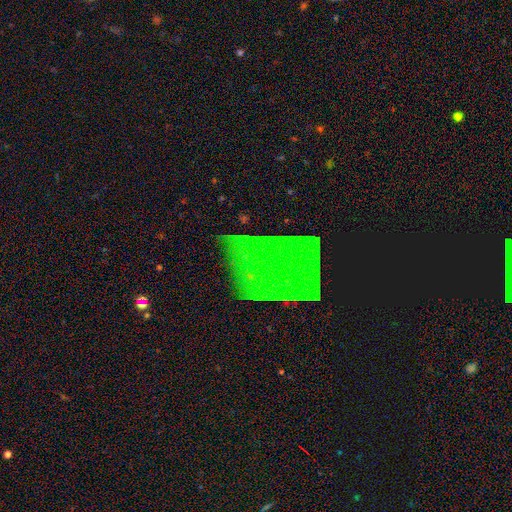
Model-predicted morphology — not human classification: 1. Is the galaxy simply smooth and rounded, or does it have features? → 53% star or artifact, 25% smooth, 22% featured or disk.